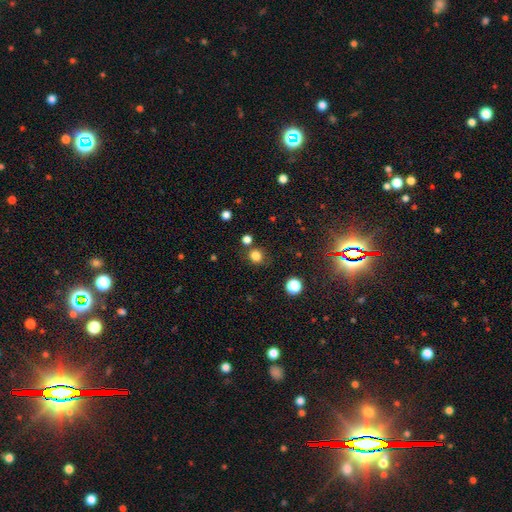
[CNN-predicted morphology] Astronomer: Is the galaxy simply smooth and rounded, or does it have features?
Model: smooth — 79%.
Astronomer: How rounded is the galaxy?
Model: round — 87%.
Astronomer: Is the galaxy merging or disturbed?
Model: none — 78%.